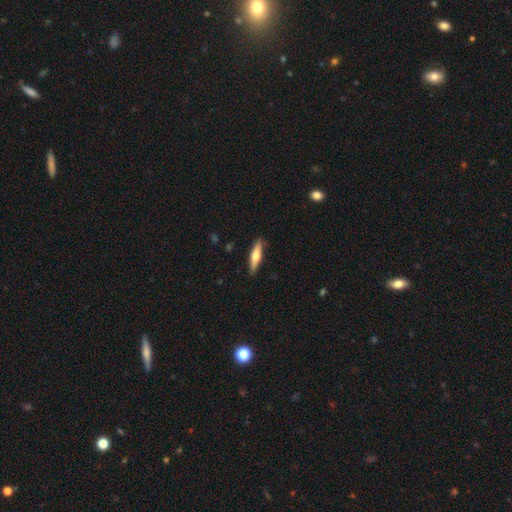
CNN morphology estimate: Smooth or featured? Predicted: smooth (p=0.58). How rounded? Predicted: cigar-shaped (p=0.76). Merging? Predicted: none (p=0.88).